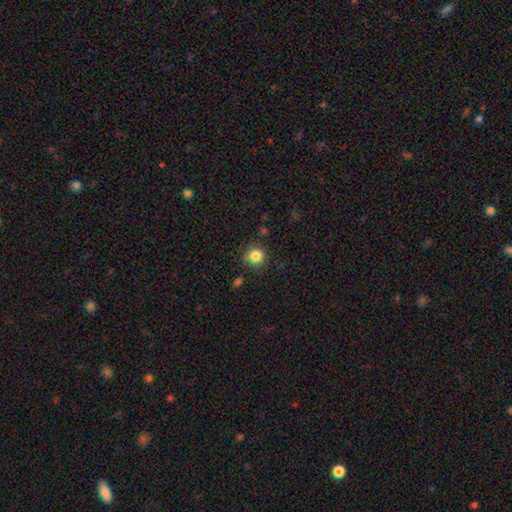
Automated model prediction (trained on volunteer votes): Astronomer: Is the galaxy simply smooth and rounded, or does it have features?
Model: smooth — 85%.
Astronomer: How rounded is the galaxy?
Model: round — 92%.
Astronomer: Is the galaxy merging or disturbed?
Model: none — 83%.